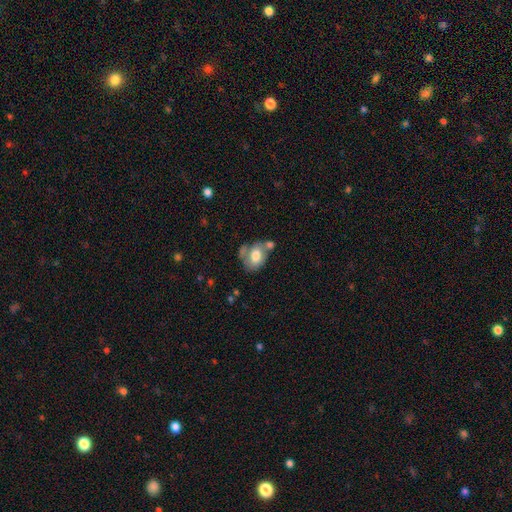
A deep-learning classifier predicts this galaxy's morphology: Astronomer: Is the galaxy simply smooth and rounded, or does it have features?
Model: smooth — 67%.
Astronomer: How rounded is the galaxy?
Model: in between — 69%.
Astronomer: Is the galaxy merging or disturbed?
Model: none — 39% (runner-up: merger, 28%).